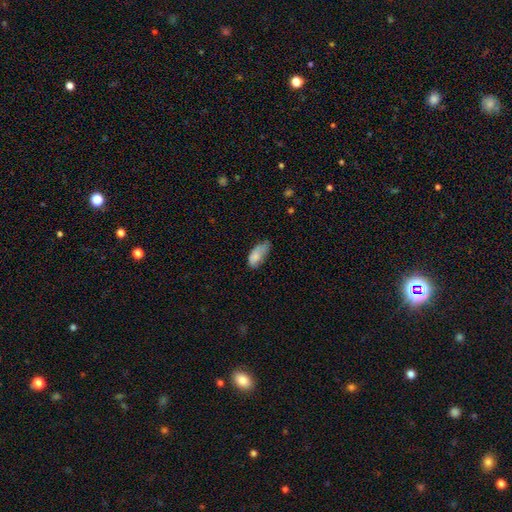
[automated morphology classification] A smooth galaxy with no disk features (79%) that is in between round and cigar-shaped (89%).

Vote fractions:
- Smooth or featured? smooth: 79% / featured or disk: 13% / star or artifact: 8%
- How rounded? in between: 89% / cigar-shaped: 8% / round: 3%
- Merging? minor disturbance: 40% / none: 39% / major disturbance: 17% / merger: 4%